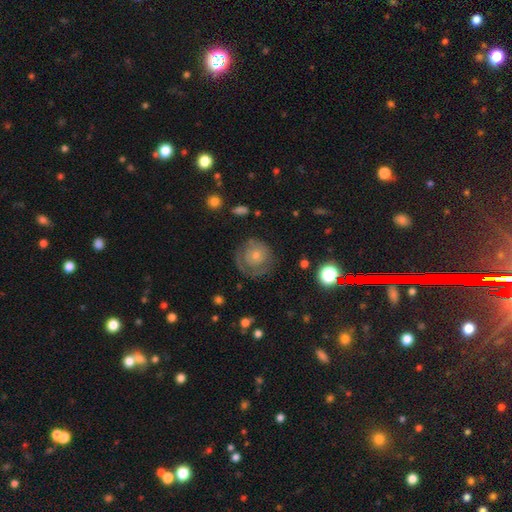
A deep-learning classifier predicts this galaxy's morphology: type=featured or disk (51%); edge-on=no (97%); merging=none (59%).